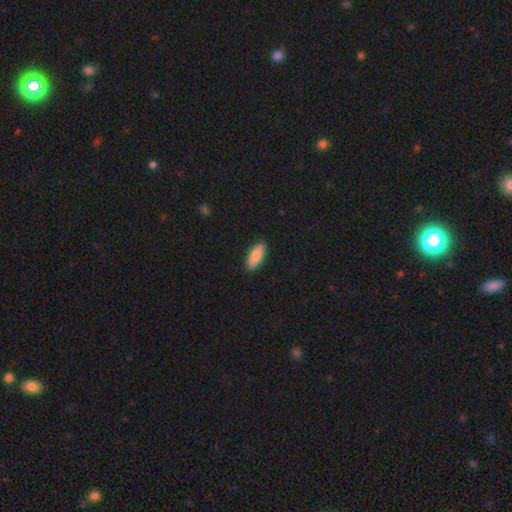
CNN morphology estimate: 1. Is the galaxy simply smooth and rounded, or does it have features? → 85% smooth, 9% featured or disk, 6% star or artifact.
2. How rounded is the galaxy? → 75% in between, 23% cigar-shaped, 2% round.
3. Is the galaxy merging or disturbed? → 90% none, 8% minor disturbance, 2% major disturbance, 1% merger.